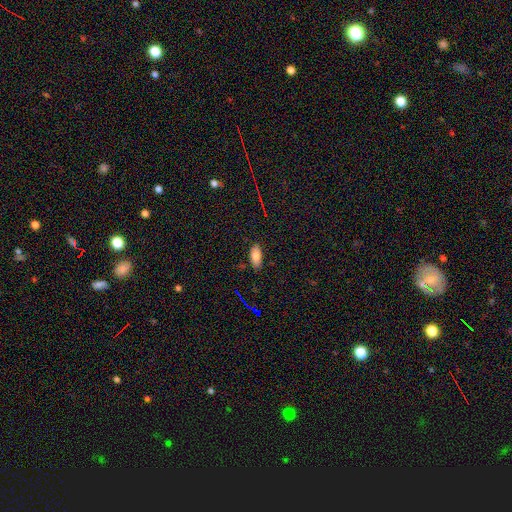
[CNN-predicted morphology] The model was most divided on "smooth or featured": smooth: 79%, featured or disk: 12%, star or artifact: 10%. More confident: how rounded — in between (88%); merging — none (83%).